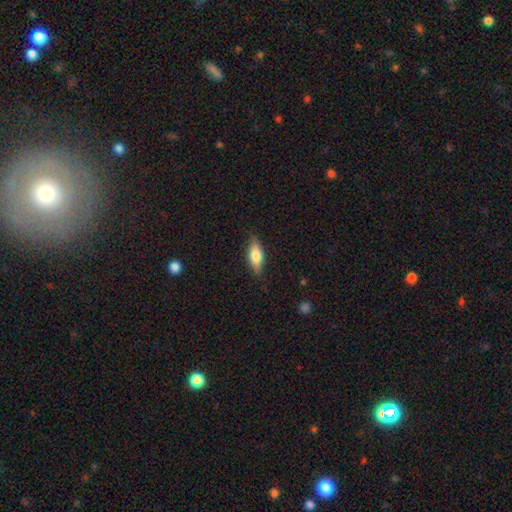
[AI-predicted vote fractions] smooth-or-featured: smooth: 63% | featured or disk: 31% | star or artifact: 7%
  how-rounded: in between: 64% | cigar-shaped: 32% | round: 3%
  merging: none: 83% | minor disturbance: 13% | major disturbance: 3% | merger: 1%